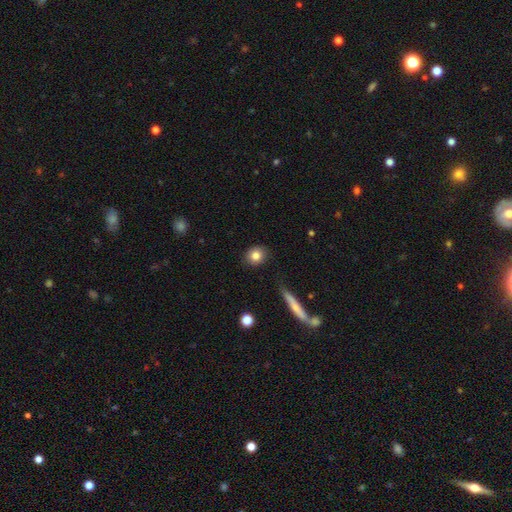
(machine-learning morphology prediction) This is clearly a smooth galaxy (82%). How rounded: likely round (76%). Merging: clearly none (88%).